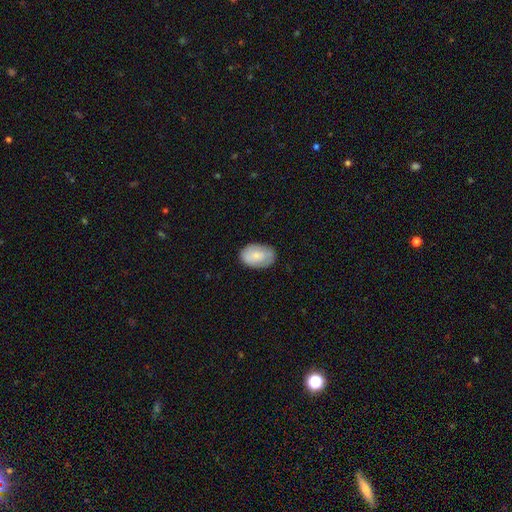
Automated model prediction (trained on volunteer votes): Overall: smooth (77%). How rounded: in between (88%). Merging: none (77%).